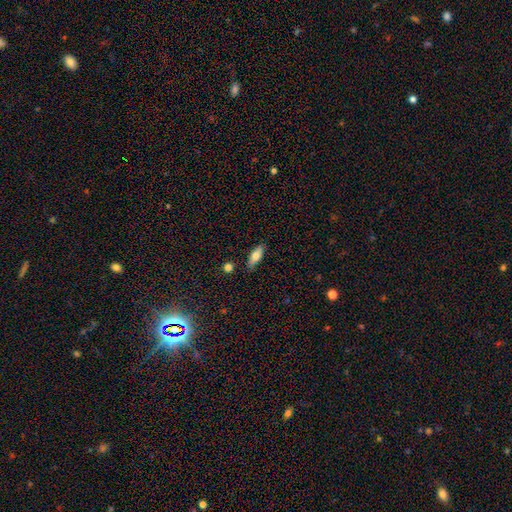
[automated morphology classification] Q: Smooth or featured?
A: smooth (74%); runner-up: featured or disk (19%)
Q: How rounded?
A: in between (72%); runner-up: cigar-shaped (25%)
Q: Merging?
A: none (81%); runner-up: minor disturbance (14%)